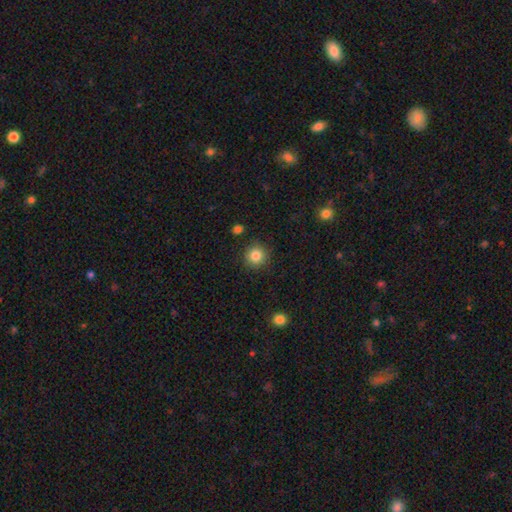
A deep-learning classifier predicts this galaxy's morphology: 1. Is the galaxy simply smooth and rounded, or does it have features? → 85% smooth, 10% star or artifact, 5% featured or disk.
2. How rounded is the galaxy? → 94% round, 5% in between, 1% cigar-shaped.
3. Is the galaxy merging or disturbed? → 89% none, 7% minor disturbance, 2% major disturbance, 2% merger.